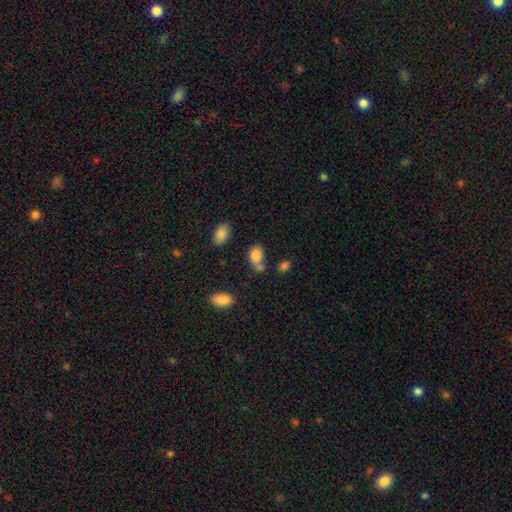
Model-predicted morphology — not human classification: This is clearly a smooth galaxy (83%). How rounded: clearly in between (84%). Merging: marginally none (44%).